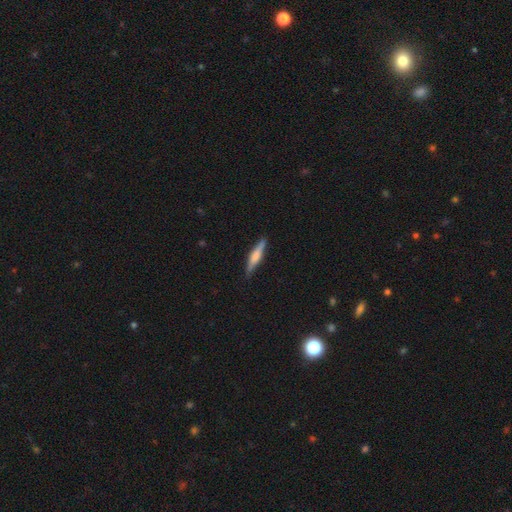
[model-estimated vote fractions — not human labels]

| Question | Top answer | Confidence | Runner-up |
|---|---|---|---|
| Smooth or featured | featured or disk | 50% | smooth (44%) |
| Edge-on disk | yes | 97% | no (3%) |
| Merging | none | 88% | minor disturbance (9%) |